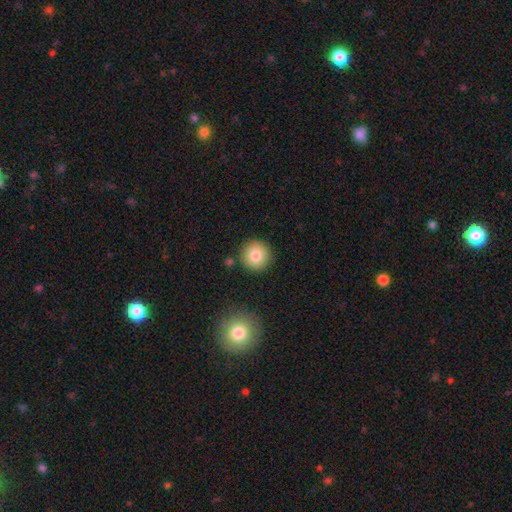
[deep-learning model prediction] A smooth galaxy with no disk features (81%) that is round (95%). Merging: none (87%).